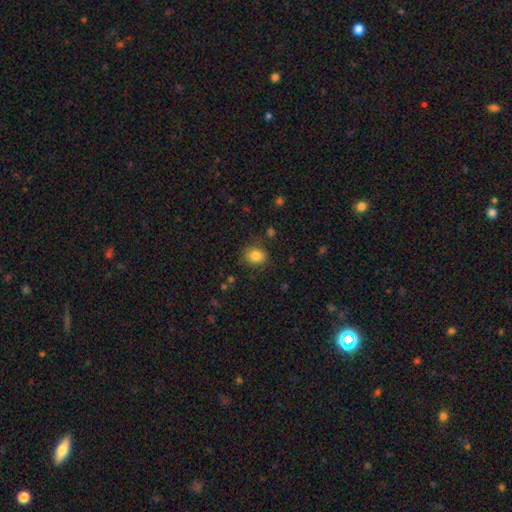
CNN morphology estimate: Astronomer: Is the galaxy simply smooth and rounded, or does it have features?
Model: smooth — 84%.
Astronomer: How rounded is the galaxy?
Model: round — 66%.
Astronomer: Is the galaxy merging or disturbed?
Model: none — 81%.